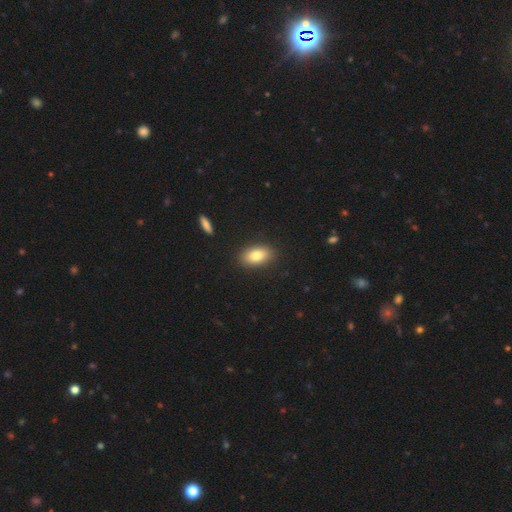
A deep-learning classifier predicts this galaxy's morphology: type=smooth (82%); roundness=in between (90%); merging=none (87%).